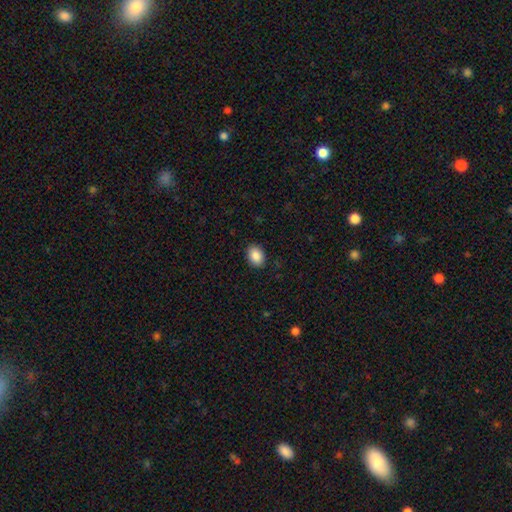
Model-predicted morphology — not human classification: A smooth galaxy with no disk features (89%) that is in between round and cigar-shaped (76%).

Vote fractions:
- Smooth or featured? smooth: 89% / star or artifact: 7% / featured or disk: 4%
- How rounded? in between: 76% / round: 23% / cigar-shaped: 1%
- Merging? none: 89% / minor disturbance: 8% / major disturbance: 2% / merger: 1%